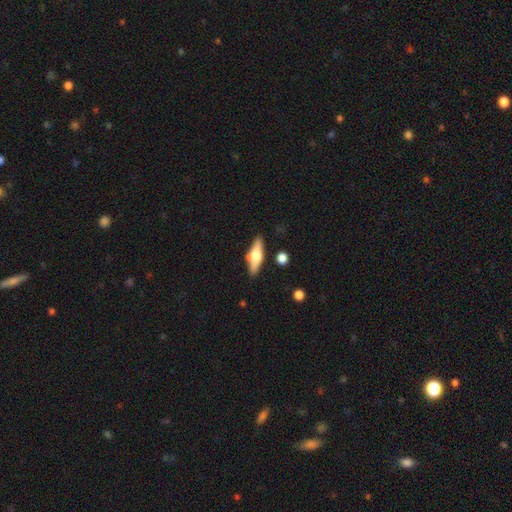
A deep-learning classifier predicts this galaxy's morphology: Smooth or featured?
  - featured or disk: 51% *
  - smooth: 43%
  - star or artifact: 6%
Edge-on disk?
  - yes: 91% *
  - no: 9%
Merging?
  - none: 80% *
  - minor disturbance: 12%
  - merger: 5%
  - major disturbance: 3%